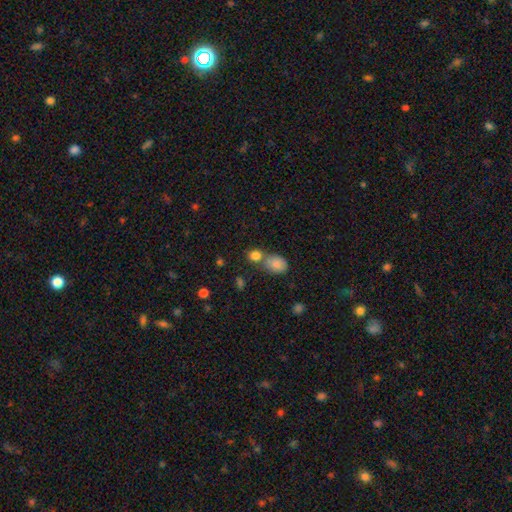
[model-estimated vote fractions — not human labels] This is clearly a smooth galaxy (82%). How rounded: likely round (67%). Merging: possibly none (47%).